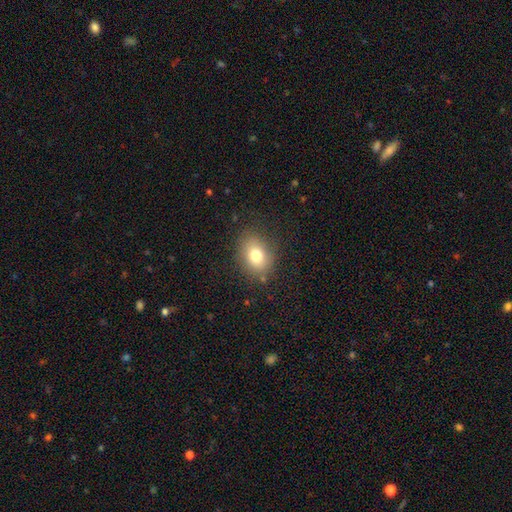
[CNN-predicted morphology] Smooth or featured? smooth (77%)
How rounded? in between (64%)
Merging? none (81%)